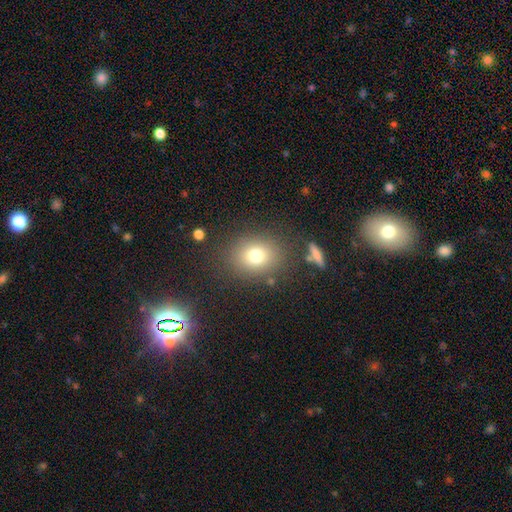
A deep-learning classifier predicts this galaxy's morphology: Smooth or featured? smooth (76%)
How rounded? round (61%)
Merging? none (81%)